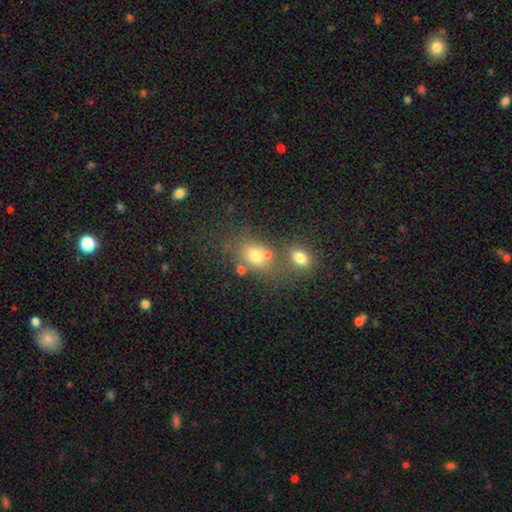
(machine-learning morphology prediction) This appears to be a smooth galaxy with no disk features (70%) that is in between round and cigar-shaped (52%). Merging: none (44%).